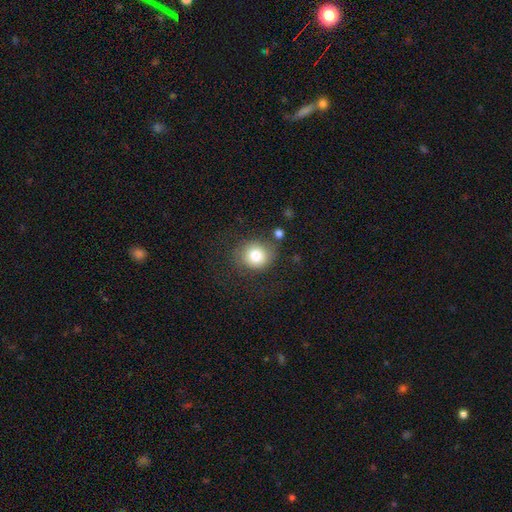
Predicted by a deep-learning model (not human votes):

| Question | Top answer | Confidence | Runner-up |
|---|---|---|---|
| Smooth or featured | smooth | 80% | featured or disk (10%) |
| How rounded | round | 82% | in between (17%) |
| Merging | none | 75% | minor disturbance (14%) |